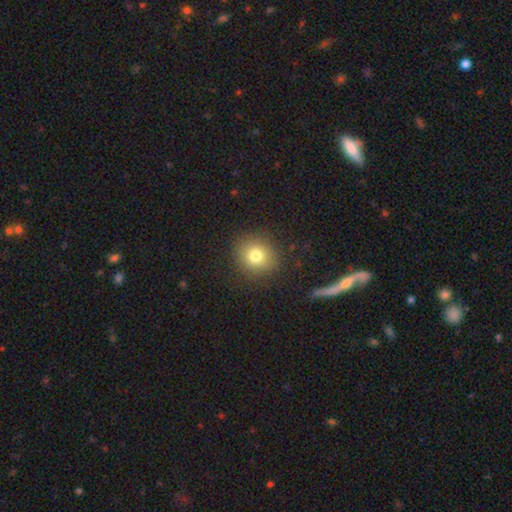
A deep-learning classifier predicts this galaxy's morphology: A smooth galaxy with no disk features (77%) that is round (85%). Merging: none (89%).